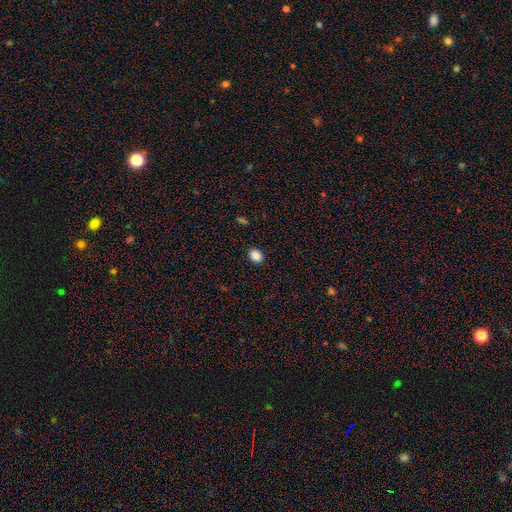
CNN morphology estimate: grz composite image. It shows a smooth galaxy with no disk features (87%) that is round (54%). Merging: none (90%).